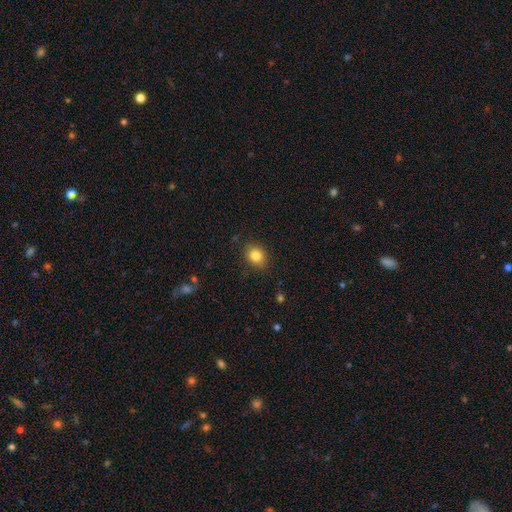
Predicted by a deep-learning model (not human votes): Smooth or featured: smooth — 83% (star or artifact — 10%)
How rounded: round — 56% (in between — 43%)
Merging: none — 87% (minor disturbance — 9%)